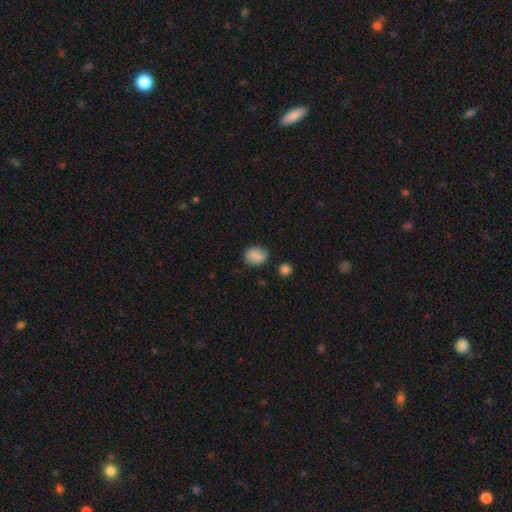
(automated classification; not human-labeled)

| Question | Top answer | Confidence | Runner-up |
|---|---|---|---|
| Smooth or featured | smooth | 85% | star or artifact (8%) |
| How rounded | in between | 54% | round (45%) |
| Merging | none | 79% | minor disturbance (15%) |